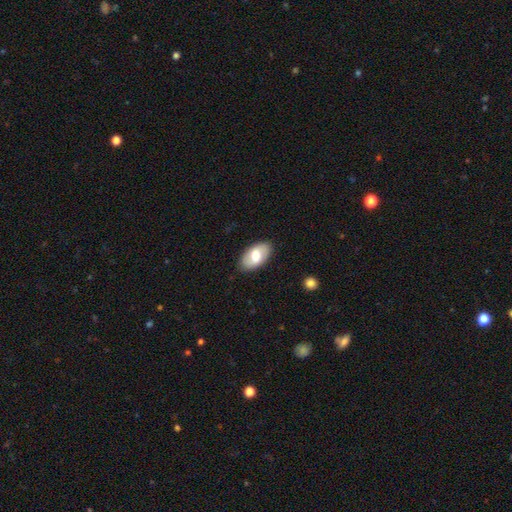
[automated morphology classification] Smooth or featured? smooth (63%)
How rounded? in between (95%)
Merging? none (86%)